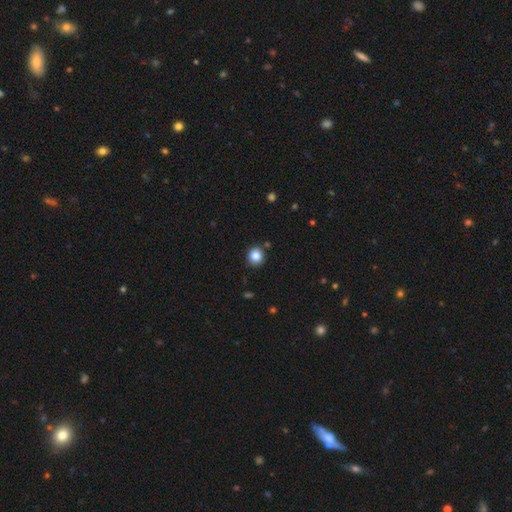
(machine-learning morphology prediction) Q: Smooth or featured?
A: smooth (83%); runner-up: star or artifact (11%)
Q: How rounded?
A: round (87%); runner-up: in between (12%)
Q: Merging?
A: none (88%); runner-up: minor disturbance (7%)